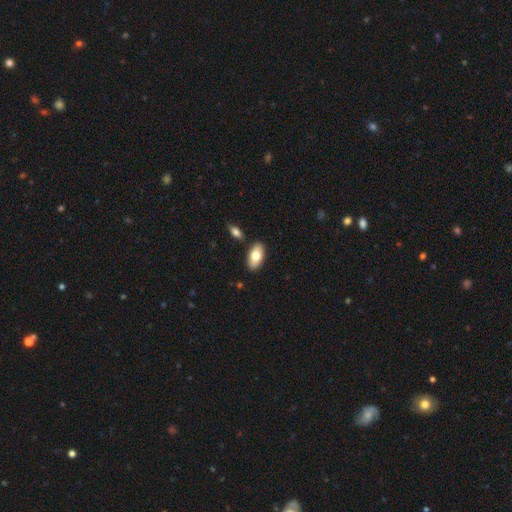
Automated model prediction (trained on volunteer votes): This is likely a smooth galaxy (75%). How rounded: clearly in between (93%). Merging: clearly none (85%).